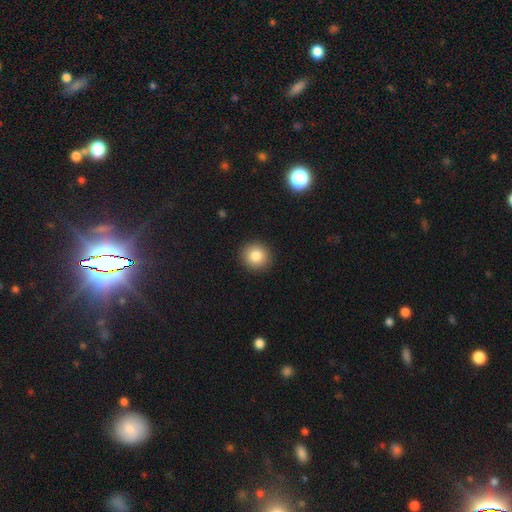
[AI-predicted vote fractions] smooth_or_featured: smooth (p=0.83) [alt: star or artifact p=0.10]
how_rounded: round (p=0.91) [alt: in between p=0.08]
merging: none (p=0.92) [alt: minor disturbance p=0.05]